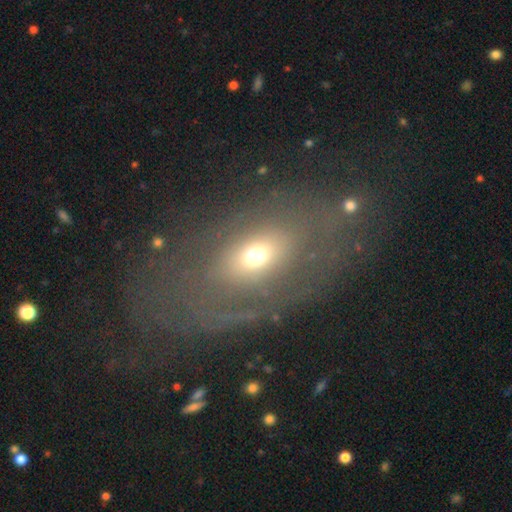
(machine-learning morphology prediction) Smooth or featured: smooth — 44% (featured or disk — 42%)
Merging: none — 57% (major disturbance — 24%)